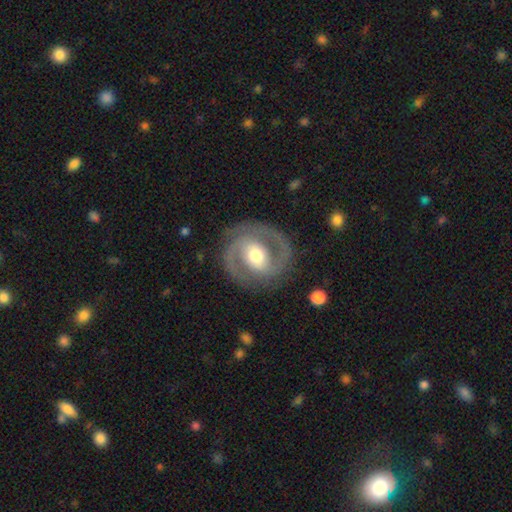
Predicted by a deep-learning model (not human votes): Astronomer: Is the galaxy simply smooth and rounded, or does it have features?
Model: featured or disk — 83%.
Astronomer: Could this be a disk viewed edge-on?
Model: no — 97%.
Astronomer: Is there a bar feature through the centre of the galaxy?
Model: weak — 39% (runner-up: no, 37%).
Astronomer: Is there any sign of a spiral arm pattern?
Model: yes — 88%.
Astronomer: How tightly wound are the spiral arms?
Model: medium — 50% (runner-up: tight, 36%).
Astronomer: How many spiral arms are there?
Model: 2 — 90%.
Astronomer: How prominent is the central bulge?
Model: moderate — 68%.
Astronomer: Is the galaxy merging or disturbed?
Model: none — 83%.